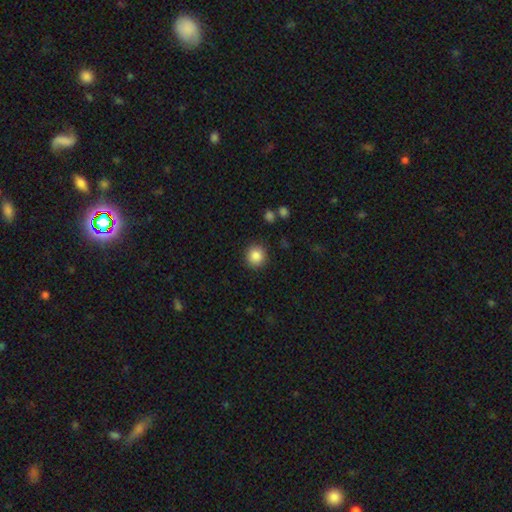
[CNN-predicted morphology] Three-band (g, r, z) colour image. It shows a smooth galaxy with no disk features (86%) that is round (92%). Merging: none (90%).